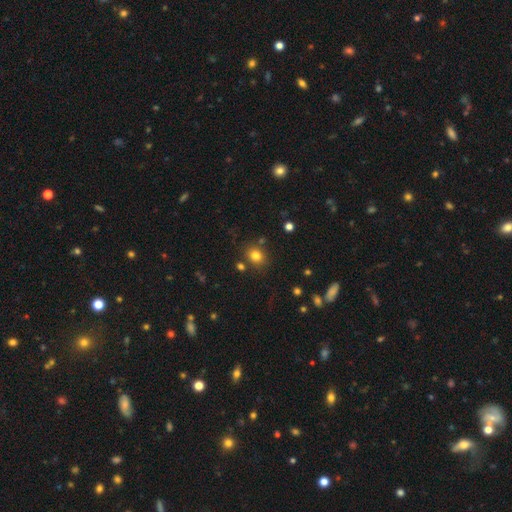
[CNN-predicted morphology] Smooth or featured? Predicted: smooth (p=0.79). How rounded? Predicted: round (p=0.68). Merging? Predicted: none (p=0.80).